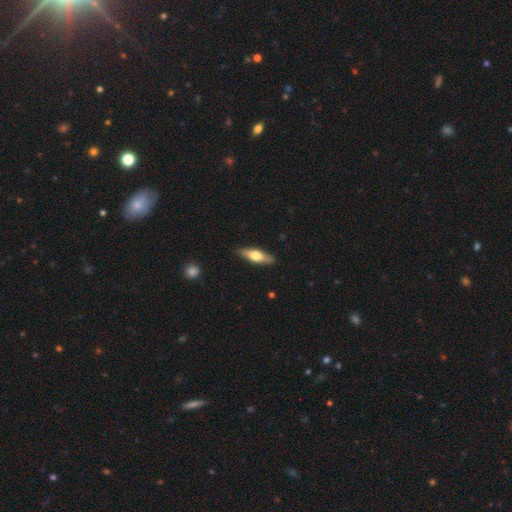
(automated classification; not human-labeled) The model was most divided on "how rounded": cigar-shaped: 53%, in between: 44%, round: 3%. More confident: merging — none (88%); smooth or featured — smooth (54%).